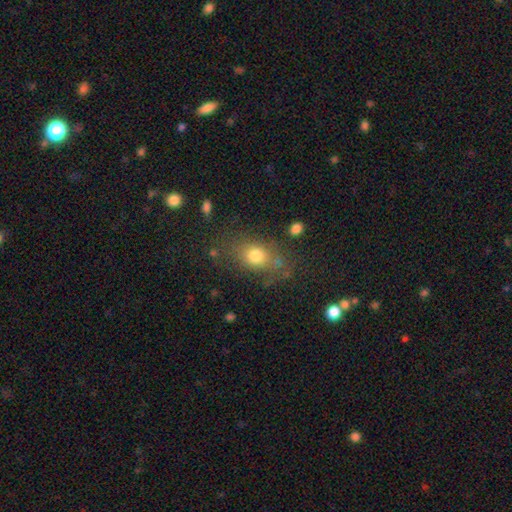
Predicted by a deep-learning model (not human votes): A smooth galaxy with no disk features (74%) that is in between round and cigar-shaped (64%). Merging: none (68%).